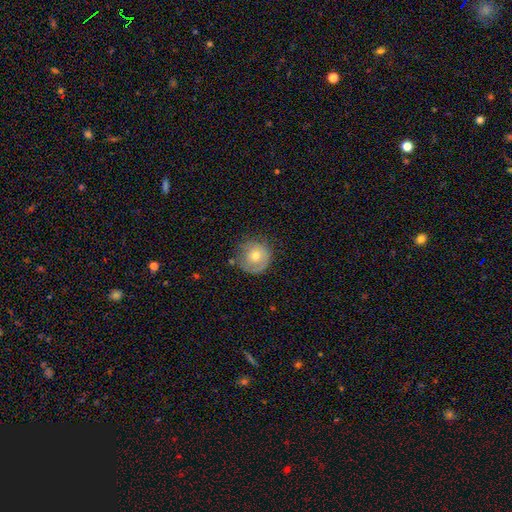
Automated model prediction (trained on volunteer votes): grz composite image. It shows a smooth galaxy with no disk features (54%) that is round (91%). Merging: none (68%).